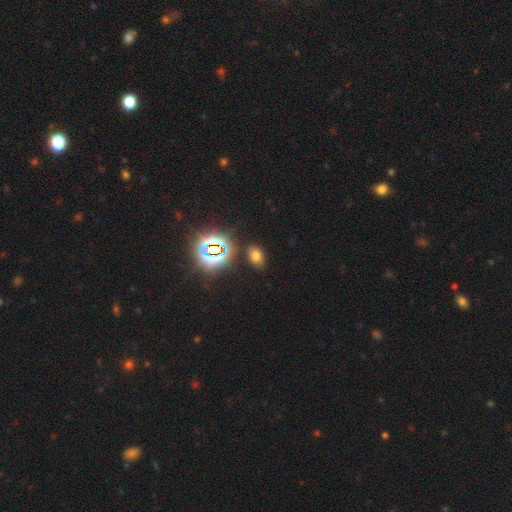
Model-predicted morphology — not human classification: Smooth or featured?
  - smooth: 62% *
  - star or artifact: 29%
  - featured or disk: 9%
How rounded?
  - in between: 82% *
  - round: 16%
  - cigar-shaped: 2%
Merging?
  - none: 85% *
  - minor disturbance: 9%
  - merger: 3%
  - major disturbance: 3%